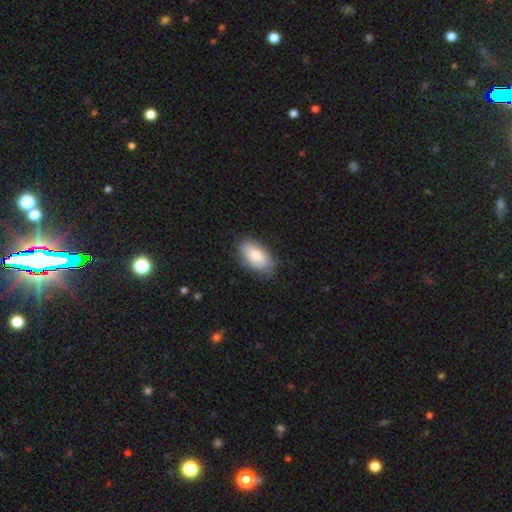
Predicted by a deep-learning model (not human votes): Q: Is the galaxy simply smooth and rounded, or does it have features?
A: smooth — 84%.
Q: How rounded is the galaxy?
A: in between — 94%.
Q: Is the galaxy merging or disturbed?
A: none — 80%.